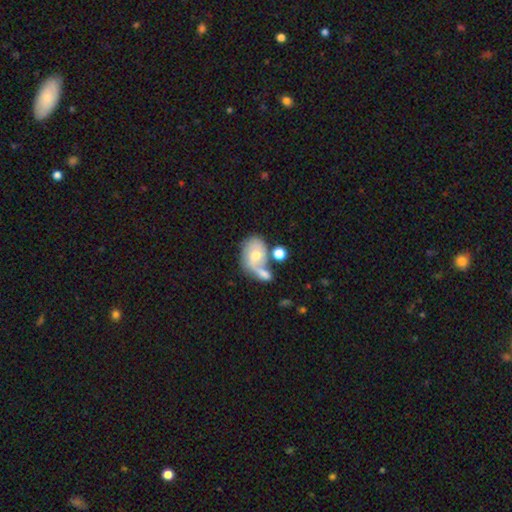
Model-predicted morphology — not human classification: This is possibly a featured or disk galaxy (52%). It is clearly not viewed edge-on (96%). Bar: likely no (70%). Spiral arm pattern: likely yes (71%). Central bulge: possibly small (48%). Merging: marginally merger (38%).